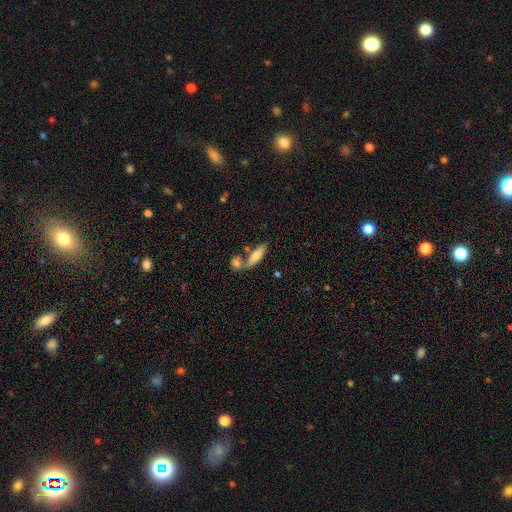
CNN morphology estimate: type=smooth (74%); roundness=in between (54%); merging=none (45%).